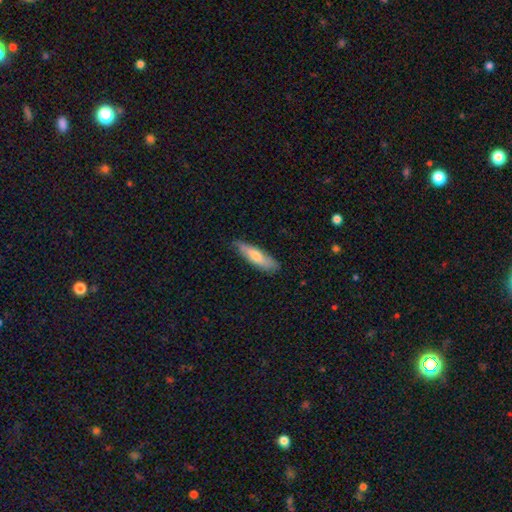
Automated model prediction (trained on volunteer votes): Smooth or featured? smooth (65%)
How rounded? cigar-shaped (65%)
Merging? none (76%)